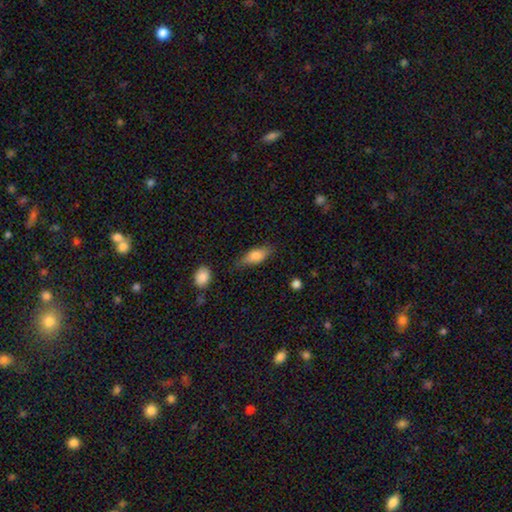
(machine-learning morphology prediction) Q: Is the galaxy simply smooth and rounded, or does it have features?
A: smooth — 76%.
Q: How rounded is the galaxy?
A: in between — 75%.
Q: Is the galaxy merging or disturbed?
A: none — 73%.